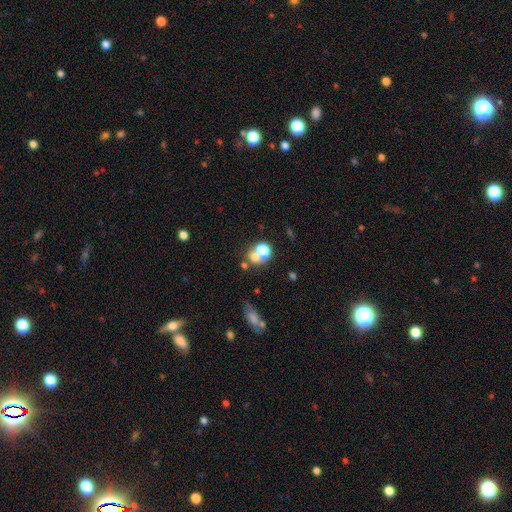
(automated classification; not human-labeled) Smooth or featured? Predicted: smooth (p=0.63). How rounded? Predicted: round (p=0.69). Merging? Predicted: none (p=0.44).